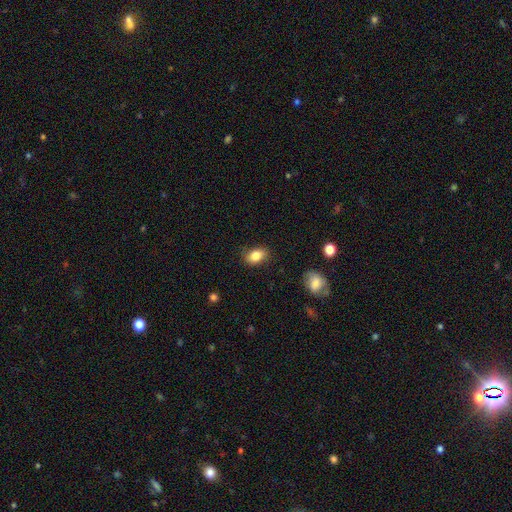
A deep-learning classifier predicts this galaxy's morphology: A smooth galaxy with no disk features (84%) that is in between round and cigar-shaped (84%).

Vote fractions:
- Smooth or featured? smooth: 84% / star or artifact: 8% / featured or disk: 8%
- How rounded? in between: 84% / round: 14% / cigar-shaped: 2%
- Merging? none: 83% / minor disturbance: 13% / major disturbance: 3% / merger: 1%